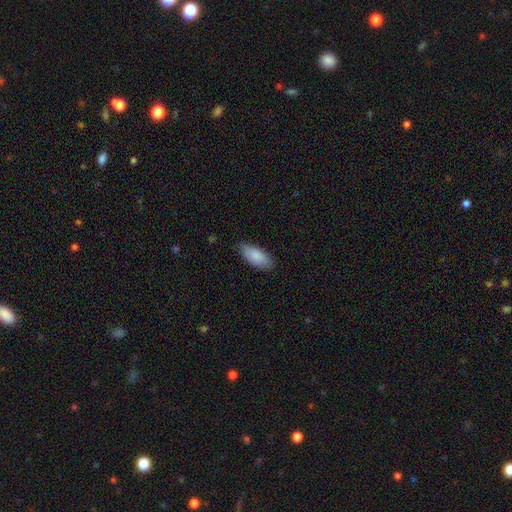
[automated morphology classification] Smooth or featured: smooth — 86% (featured or disk — 8%)
How rounded: in between — 85% (cigar-shaped — 14%)
Merging: none — 78% (minor disturbance — 18%)